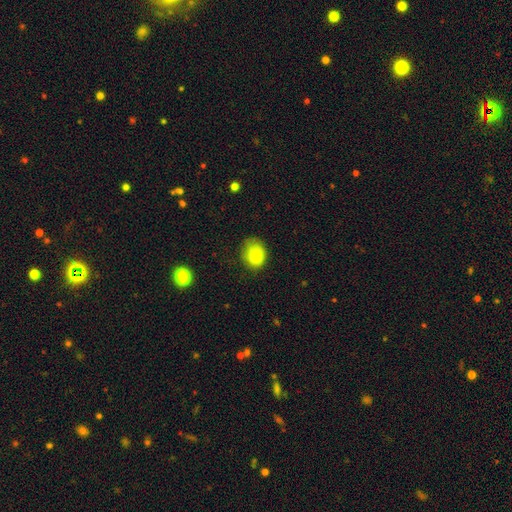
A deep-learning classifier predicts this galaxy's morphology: Smooth or featured? smooth (81%)
How rounded? round (51%)
Merging? none (64%)